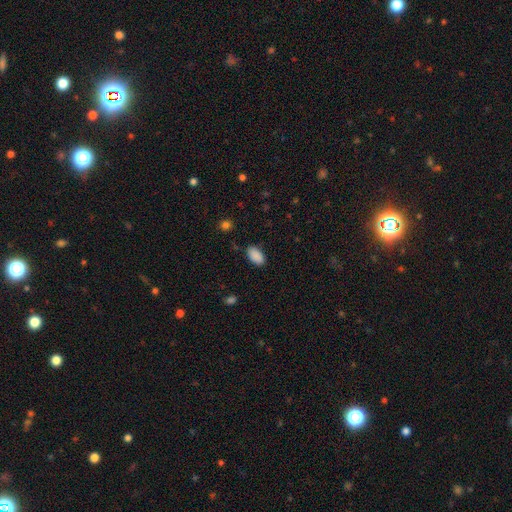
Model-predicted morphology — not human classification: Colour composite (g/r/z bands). It shows a smooth galaxy with no disk features (89%) that is in between round and cigar-shaped (94%). Merging: none (83%).